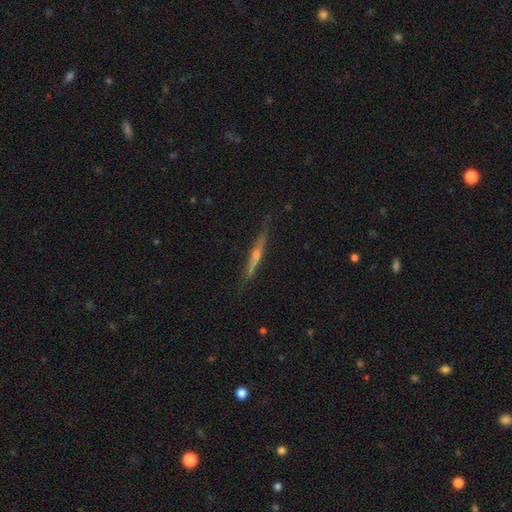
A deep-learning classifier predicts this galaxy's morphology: The model was most divided on "smooth or featured": featured or disk: 70%, smooth: 23%, star or artifact: 7%. More confident: edge-on disk — yes (97%); merging — none (85%); edge-on bulge — rounded (73%).